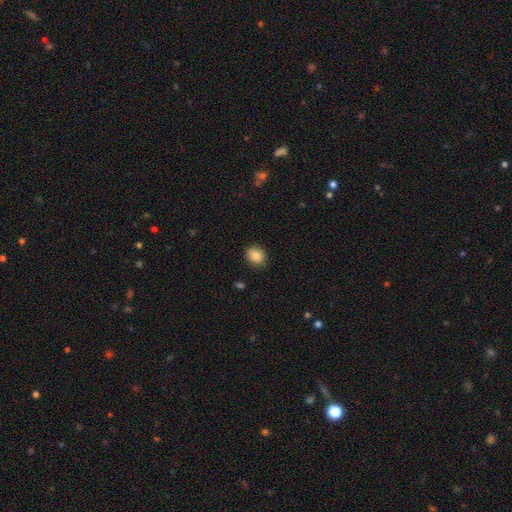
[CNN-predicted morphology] A smooth galaxy with no disk features (85%) that is round (58%).

Vote fractions:
- Smooth or featured? smooth: 85% / star or artifact: 9% / featured or disk: 6%
- How rounded? round: 58% / in between: 41% / cigar-shaped: 1%
- Merging? none: 89% / minor disturbance: 8% / major disturbance: 2% / merger: 1%